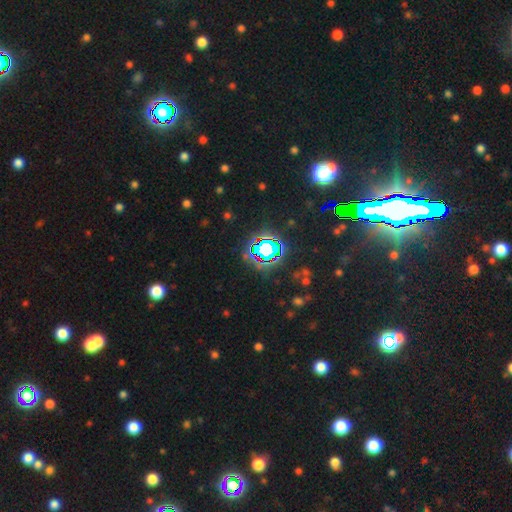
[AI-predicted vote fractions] Smooth or featured? Predicted: star or artifact (p=0.81).